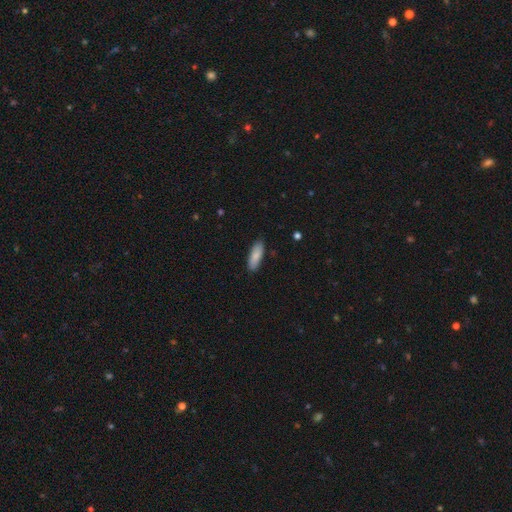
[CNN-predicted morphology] This appears to be a smooth galaxy with no disk features (85%) that is in between round and cigar-shaped (58%). Merging: none (87%).